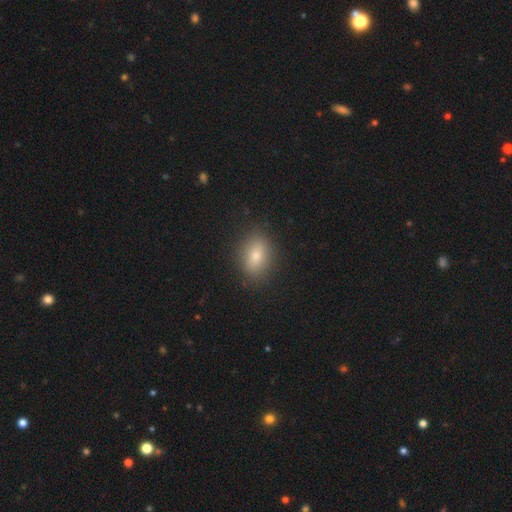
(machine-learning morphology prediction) smooth-or-featured: smooth: 78% | featured or disk: 12% | star or artifact: 10%
  how-rounded: in between: 78% | round: 18% | cigar-shaped: 4%
  merging: none: 87% | minor disturbance: 9% | major disturbance: 3% | merger: 1%